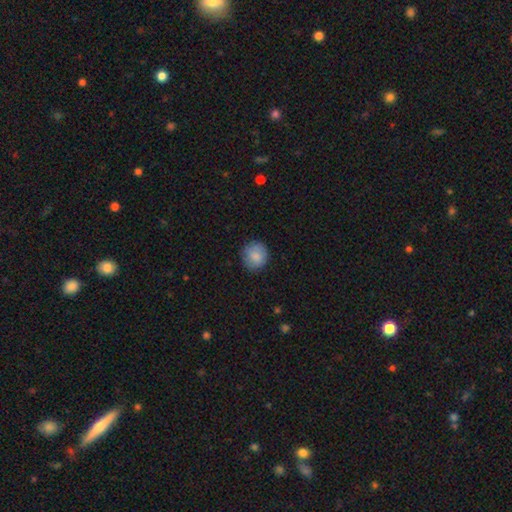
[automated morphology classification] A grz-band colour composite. It shows a smooth galaxy with no disk features (85%) that is round (88%). Merging: none (84%).